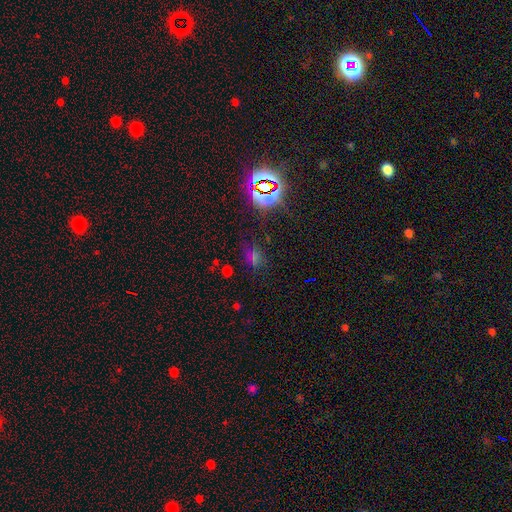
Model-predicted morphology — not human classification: Smooth or featured: star or artifact — 58% (smooth — 31%)